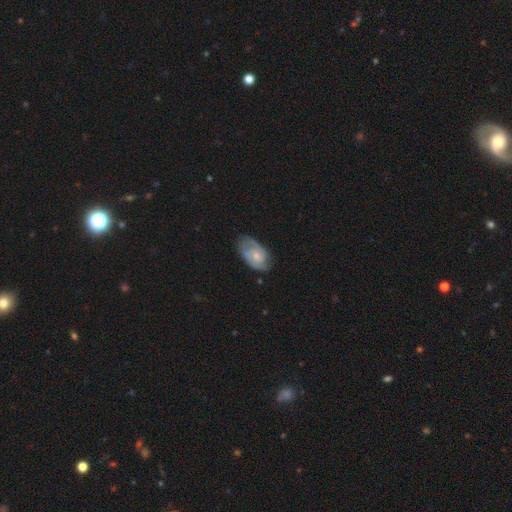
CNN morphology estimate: This is likely a featured or disk galaxy (71%). It is clearly not viewed edge-on (96%). Bar: likely no (67%). Spiral arm pattern: clearly yes (88%). Spiral arm count: likely 2 (61%). Spiral winding: possibly tight (50%). Central bulge: marginally small (44%, tied with moderate). Merging: likely none (67%).